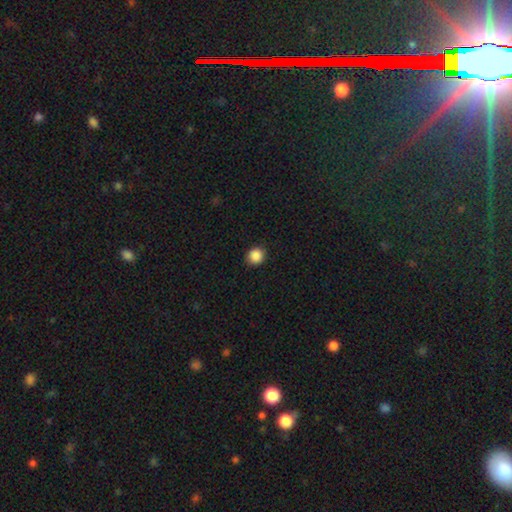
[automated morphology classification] smooth-or-featured: smooth: 87% | star or artifact: 10% | featured or disk: 3%
  how-rounded: round: 84% | in between: 15% | cigar-shaped: 1%
  merging: none: 89% | minor disturbance: 8% | major disturbance: 2% | merger: 1%